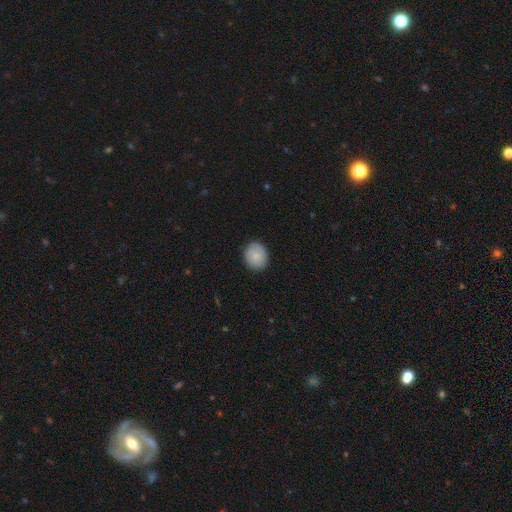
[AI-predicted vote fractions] Smooth or featured?
  - smooth: 85% *
  - featured or disk: 8%
  - star or artifact: 7%
How rounded?
  - round: 69% *
  - in between: 30%
  - cigar-shaped: 1%
Merging?
  - none: 87% *
  - minor disturbance: 10%
  - major disturbance: 2%
  - merger: 1%